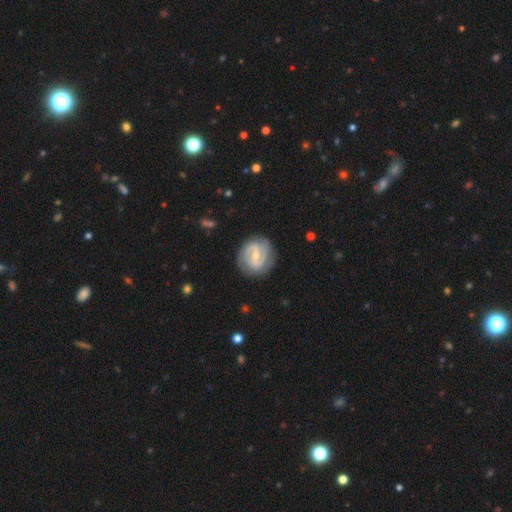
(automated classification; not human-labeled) A featured or disk galaxy (85%) with a weak bar (52%), 2 (85%) medium (45%) spiral arms (95%) and a small central bulge (57%). Merging: none (82%).